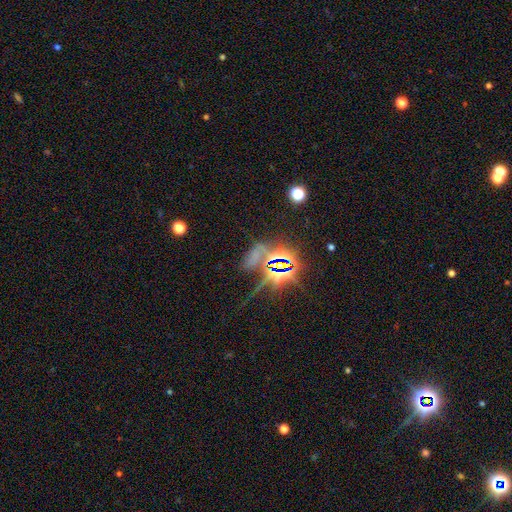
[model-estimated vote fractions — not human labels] Smooth or featured: star or artifact — 65% (smooth — 20%)